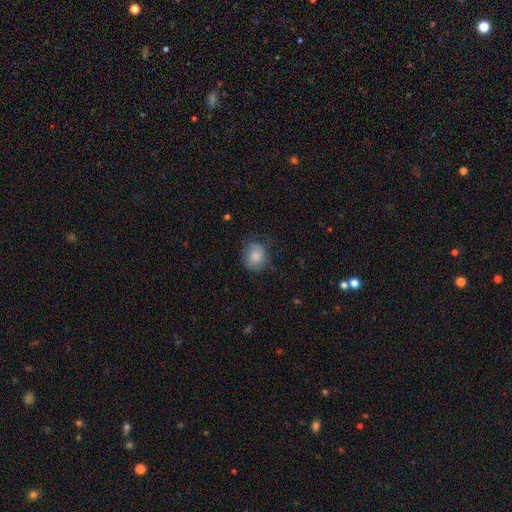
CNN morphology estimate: Overall: smooth (81%). How rounded: round (69%; in between 30%). Merging: none (64%; minor disturbance 25%).